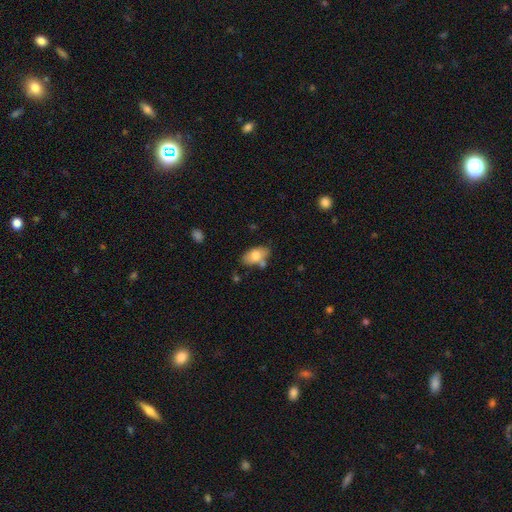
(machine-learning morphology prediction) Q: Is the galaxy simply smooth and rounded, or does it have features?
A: smooth — 78%.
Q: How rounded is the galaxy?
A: in between — 92%.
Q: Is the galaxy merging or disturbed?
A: none — 66%.